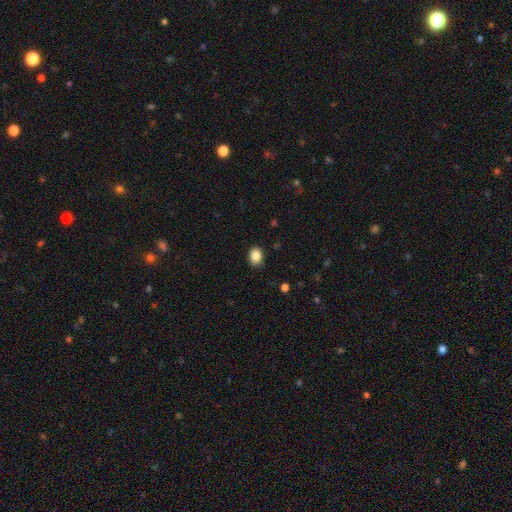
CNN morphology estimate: Smooth or featured: smooth — 86% (star or artifact — 9%)
How rounded: in between — 64% (round — 35%)
Merging: none — 86% (minor disturbance — 10%)